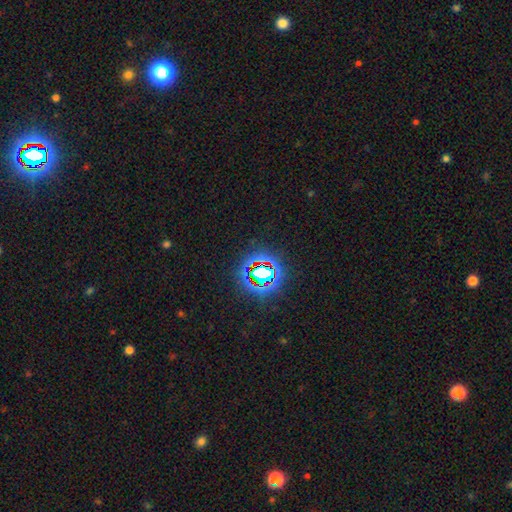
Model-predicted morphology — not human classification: star or artifact 77%, smooth 14%, featured or disk 9%.